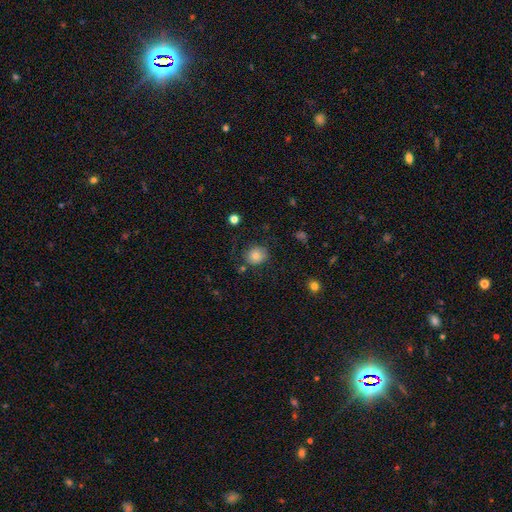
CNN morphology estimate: type=smooth (79%); roundness=round (80%); merging=none (72%).